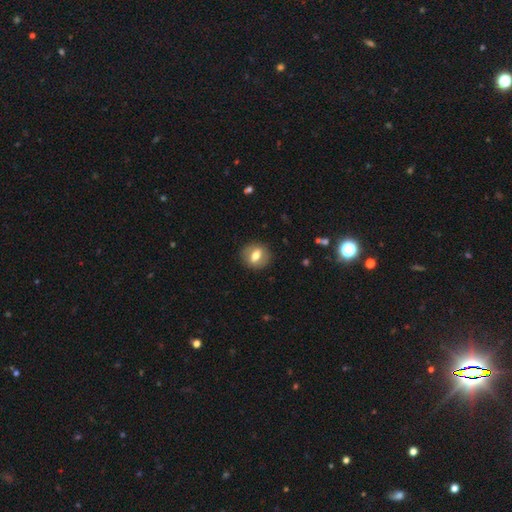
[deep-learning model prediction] smooth-or-featured: smooth: 61% | featured or disk: 31% | star or artifact: 8%
  how-rounded: round: 59% | in between: 39% | cigar-shaped: 2%
  merging: none: 87% | minor disturbance: 9% | major disturbance: 3% | merger: 1%